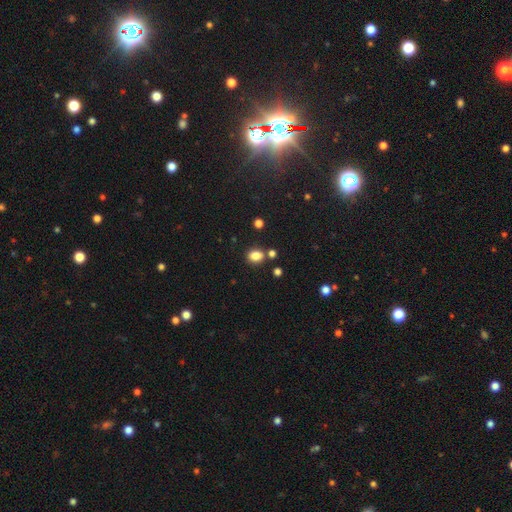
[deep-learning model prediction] Morphology: type=smooth (83%); roundness=round (54%); merging=none (75%).